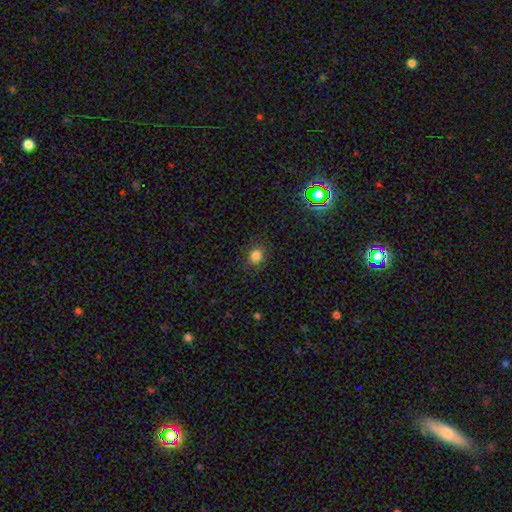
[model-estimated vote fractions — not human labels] Smooth or featured: smooth — 82% (star or artifact — 13%)
How rounded: round — 70% (in between — 29%)
Merging: none — 86% (minor disturbance — 10%)